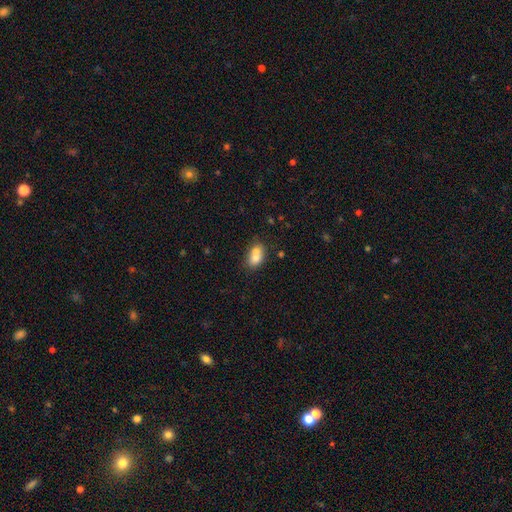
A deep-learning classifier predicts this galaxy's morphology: This appears to be a smooth galaxy with no disk features (73%) that is in between round and cigar-shaped (74%). Merging: merger (48%).